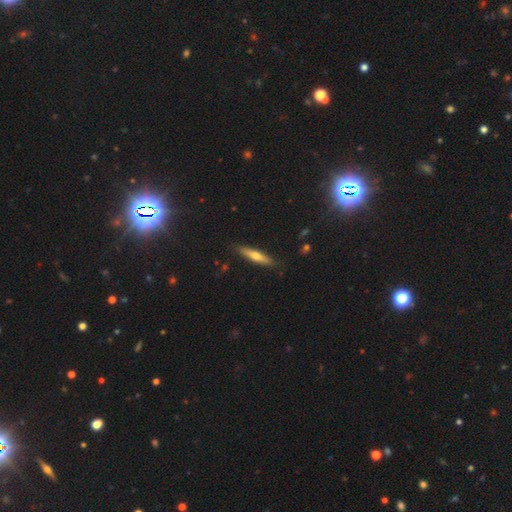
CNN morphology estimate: Smooth or featured? Predicted: smooth (p=0.53). How rounded? Predicted: cigar-shaped (p=0.84). Merging? Predicted: none (p=0.87).